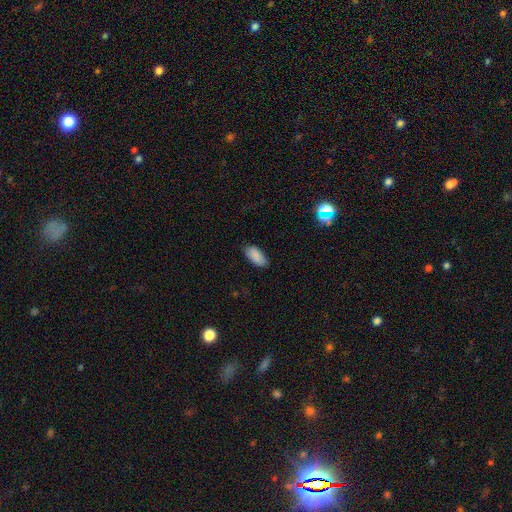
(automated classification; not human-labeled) smooth 88%, star or artifact 8%, featured or disk 5%. Down the decision tree: how rounded — in between (89%); merging — none (82%).